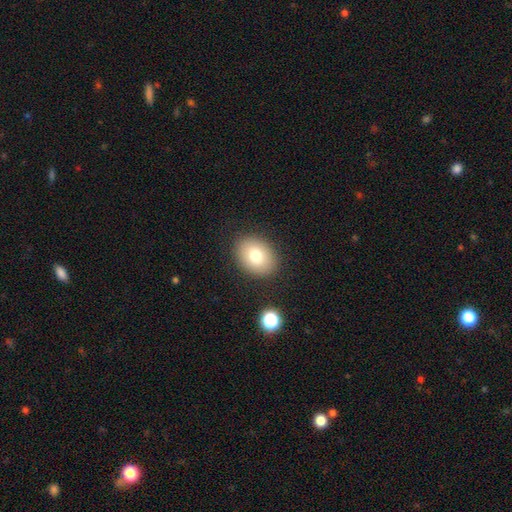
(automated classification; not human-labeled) Q: Smooth or featured?
A: smooth (78%); runner-up: featured or disk (13%)
Q: How rounded?
A: in between (67%); runner-up: round (33%)
Q: Merging?
A: none (87%); runner-up: minor disturbance (9%)